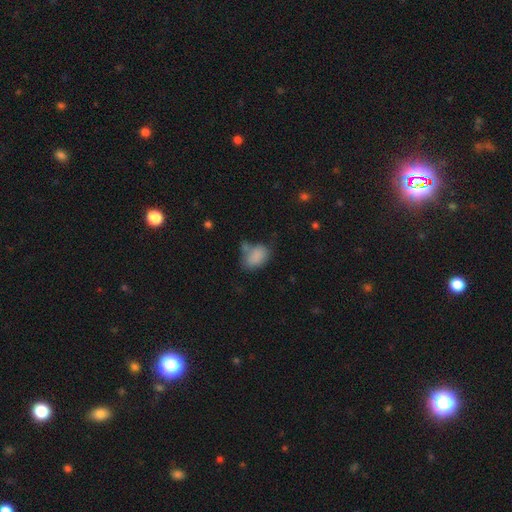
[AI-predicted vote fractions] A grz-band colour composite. It shows a smooth galaxy with no disk features (82%) that is in between round and cigar-shaped (84%). Merging: none (45%).